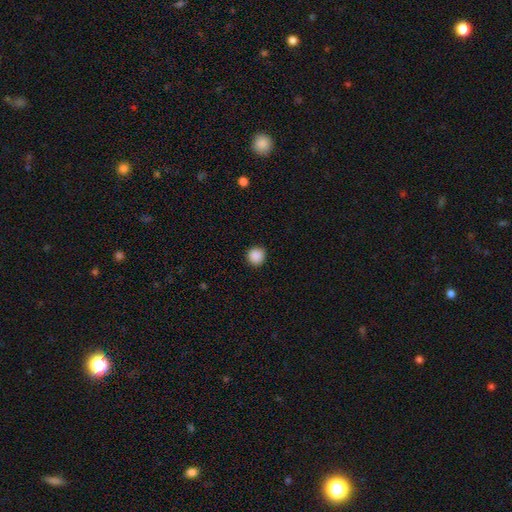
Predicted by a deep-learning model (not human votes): Smooth or featured? Predicted: smooth (p=0.89). How rounded? Predicted: round (p=0.94). Merging? Predicted: none (p=0.91).